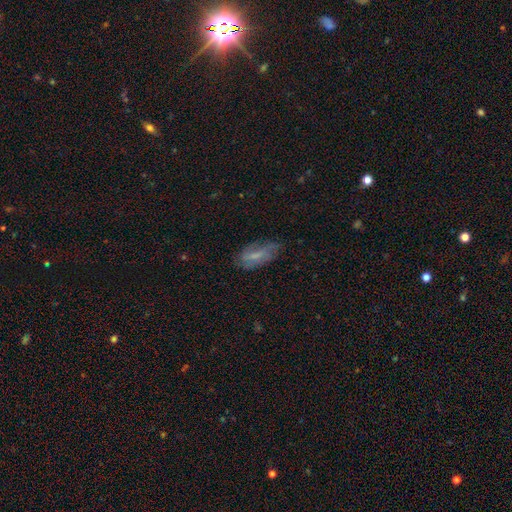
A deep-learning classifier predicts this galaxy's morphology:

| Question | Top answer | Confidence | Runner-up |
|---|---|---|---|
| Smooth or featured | smooth | 56% | featured or disk (35%) |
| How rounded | in between | 79% | cigar-shaped (18%) |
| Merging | none | 56% | minor disturbance (31%) |